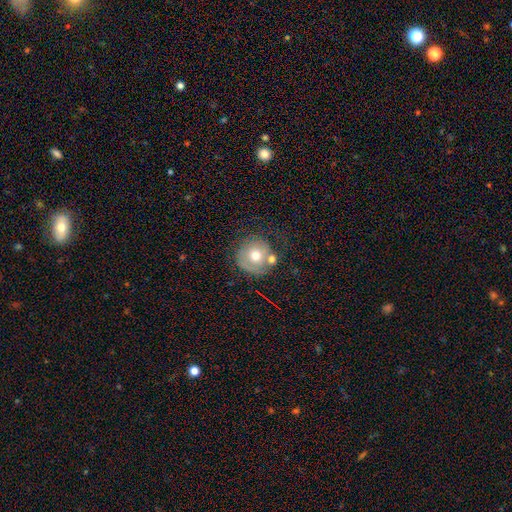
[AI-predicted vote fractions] Smooth or featured: smooth — 60% (featured or disk — 30%)
How rounded: round — 92% (in between — 7%)
Merging: none — 59% (minor disturbance — 17%)